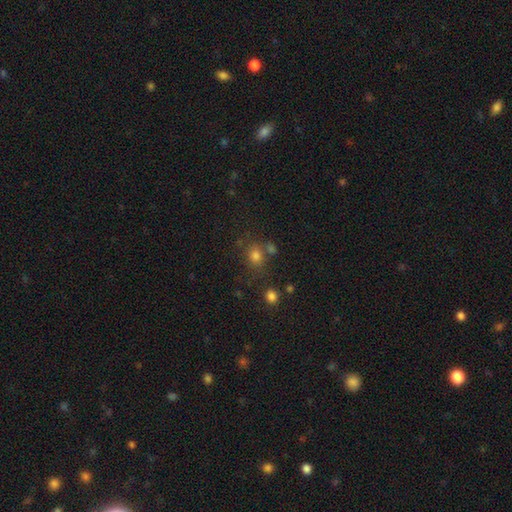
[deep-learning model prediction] This is likely a smooth galaxy (74%). How rounded: likely round (66%). Merging: likely none (65%).